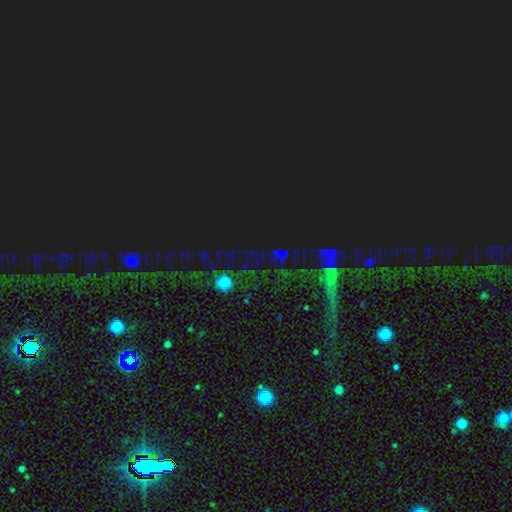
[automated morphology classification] smooth_or_featured: star or artifact (p=0.75) [alt: smooth p=0.16]